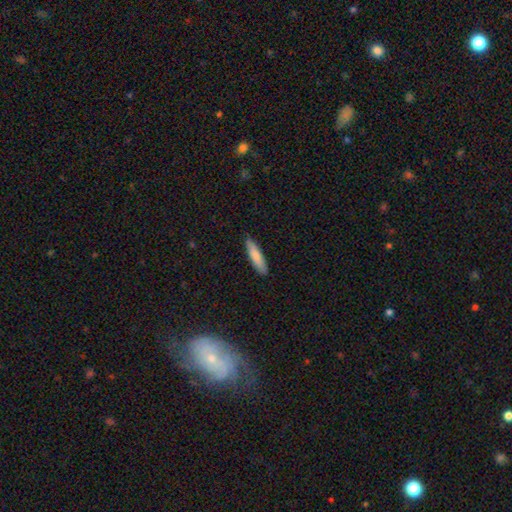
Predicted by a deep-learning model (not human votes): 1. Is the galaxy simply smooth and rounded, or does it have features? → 81% smooth, 14% featured or disk, 5% star or artifact.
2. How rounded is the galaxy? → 77% cigar-shaped, 21% in between, 1% round.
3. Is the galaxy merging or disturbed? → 88% none, 10% minor disturbance, 2% major disturbance, 1% merger.